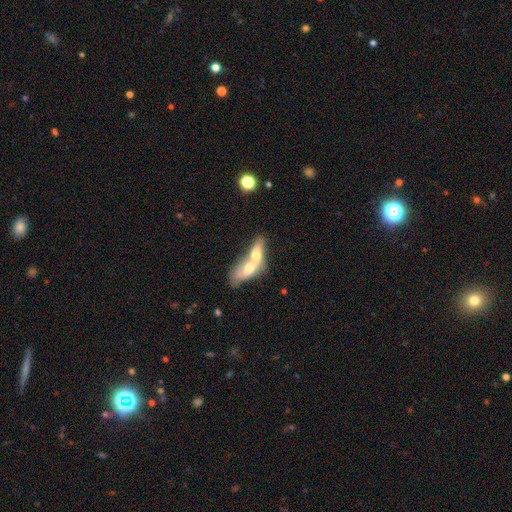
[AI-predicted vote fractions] Smooth or featured: smooth — 48% (featured or disk — 40%)
Merging: merger — 64% (none — 23%)